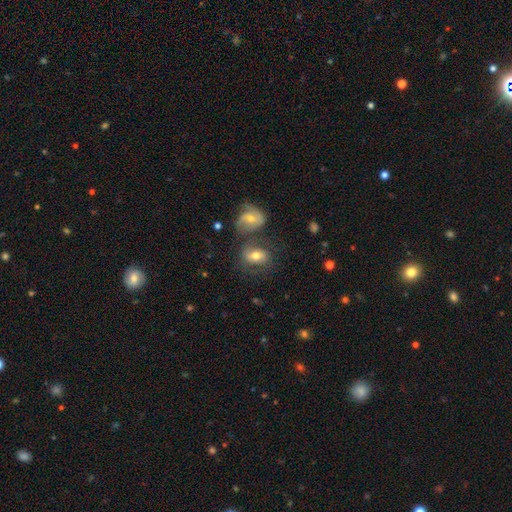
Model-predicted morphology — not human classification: Smooth or featured: smooth — 53% (featured or disk — 37%)
How rounded: in between — 76% (round — 22%)
Merging: none — 46% (merger — 31%)